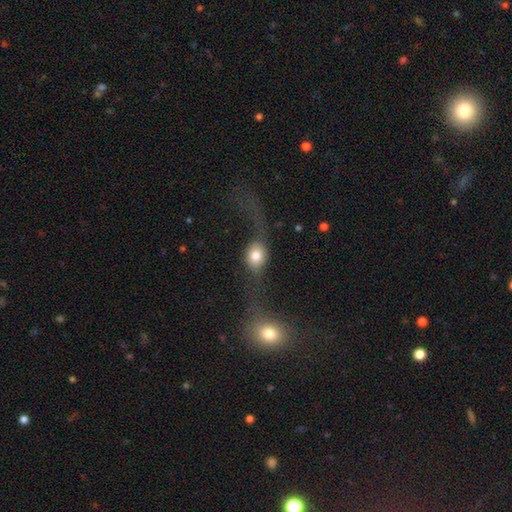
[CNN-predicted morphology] Smooth or featured?
  - smooth: 65% *
  - featured or disk: 25%
  - star or artifact: 10%
How rounded?
  - round: 56% *
  - in between: 41%
  - cigar-shaped: 3%
Merging?
  - none: 34% *
  - major disturbance: 32%
  - merger: 19%
  - minor disturbance: 15%